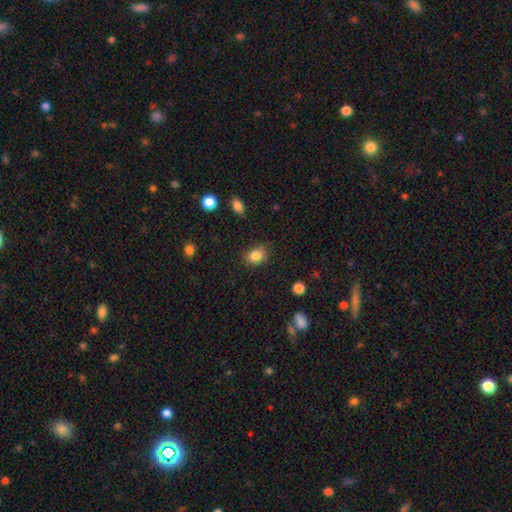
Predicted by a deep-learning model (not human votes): Overall: smooth (84%). How rounded: in between (50%; round 49%). Merging: none (78%).